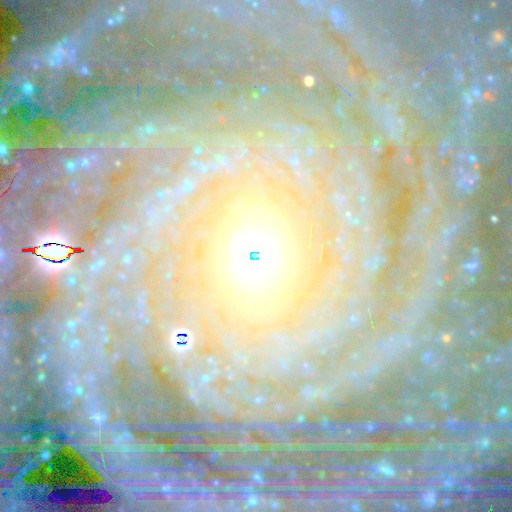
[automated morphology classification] Smooth or featured? Predicted: featured or disk (p=0.87). Edge-on disk? Predicted: no (p=0.97). Bar? Predicted: no (p=0.57). Spiral arms? Predicted: yes (p=0.95). Spiral winding? Predicted: tight (p=0.73). Spiral arm count? Predicted: can't tell (p=0.24). Bulge size? Predicted: moderate (p=0.49). Merging? Predicted: none (p=0.73).